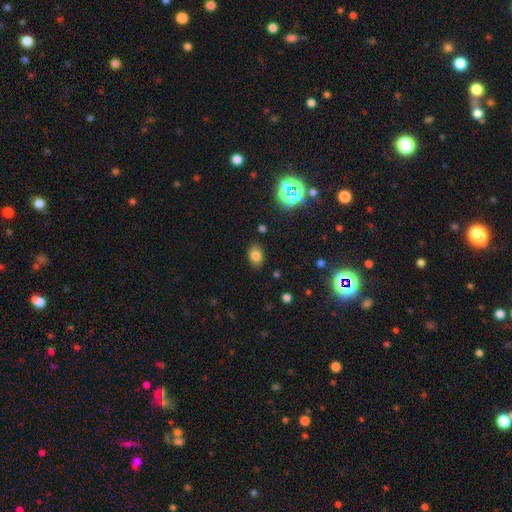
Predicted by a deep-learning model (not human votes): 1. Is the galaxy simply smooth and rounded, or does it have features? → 77% smooth, 15% star or artifact, 8% featured or disk.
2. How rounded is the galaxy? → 76% in between, 22% round, 1% cigar-shaped.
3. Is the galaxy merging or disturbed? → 85% none, 11% minor disturbance, 3% major disturbance, 2% merger.